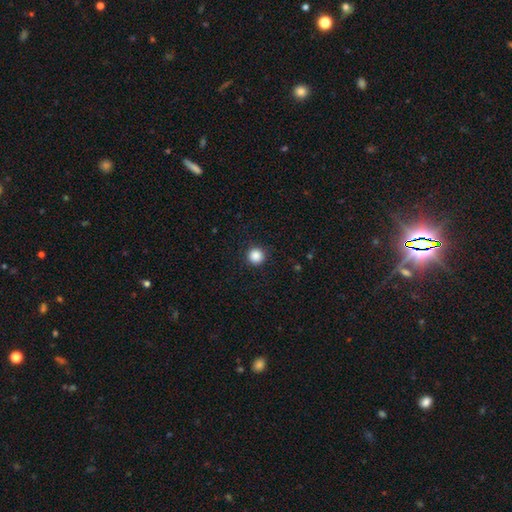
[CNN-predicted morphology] The model was most divided on "smooth or featured": smooth: 87%, star or artifact: 10%, featured or disk: 3%. More confident: how rounded — round (95%); merging — none (92%).